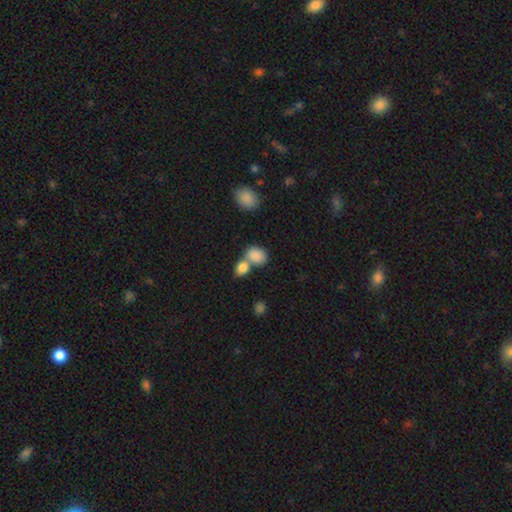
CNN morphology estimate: smooth-or-featured: smooth: 86% | star or artifact: 8% | featured or disk: 7%
  how-rounded: in between: 71% | round: 28% | cigar-shaped: 1%
  merging: merger: 52% | none: 35% | minor disturbance: 9% | major disturbance: 4%